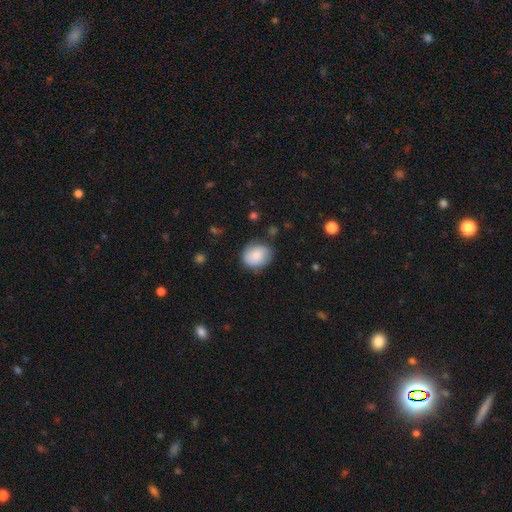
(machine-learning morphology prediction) Q: Smooth or featured?
A: smooth (80%); runner-up: featured or disk (13%)
Q: How rounded?
A: round (56%); runner-up: in between (43%)
Q: Merging?
A: none (73%); runner-up: minor disturbance (20%)